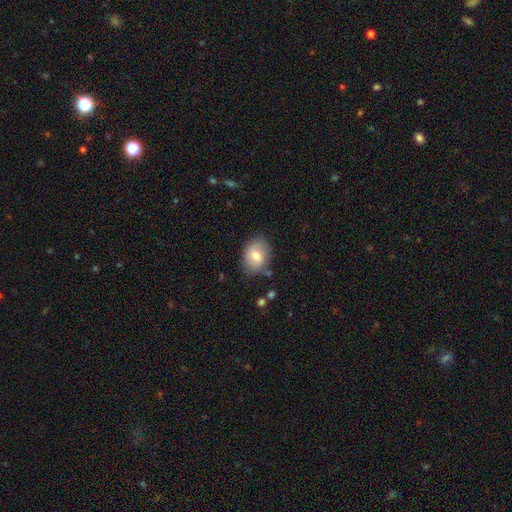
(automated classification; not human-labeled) This is likely a smooth galaxy (71%). How rounded: likely in between (67%). Merging: likely none (78%).